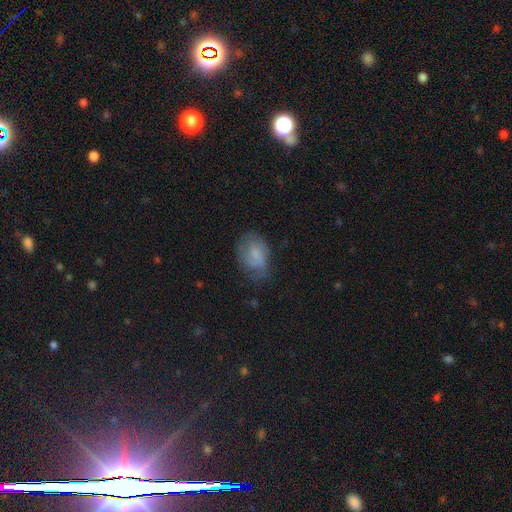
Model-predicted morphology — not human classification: Smooth or featured?
  - smooth: 67% *
  - featured or disk: 24%
  - star or artifact: 9%
How rounded?
  - in between: 81% *
  - round: 18%
  - cigar-shaped: 1%
Merging?
  - none: 48% *
  - minor disturbance: 34%
  - major disturbance: 16%
  - merger: 2%